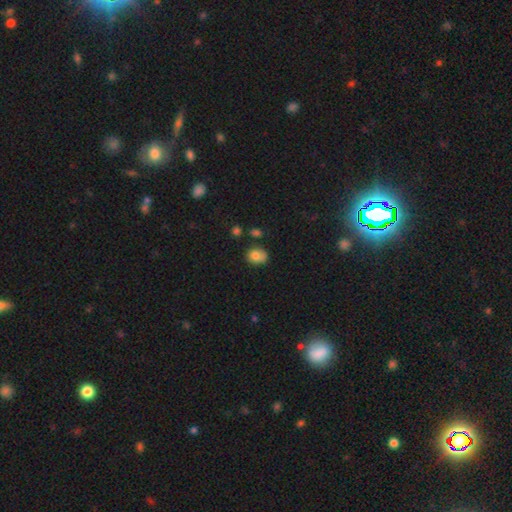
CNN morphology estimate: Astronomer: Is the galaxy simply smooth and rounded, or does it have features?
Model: smooth — 78%.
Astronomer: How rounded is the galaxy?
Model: round — 55% (runner-up: in between, 45%).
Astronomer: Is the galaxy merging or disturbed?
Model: none — 63%.